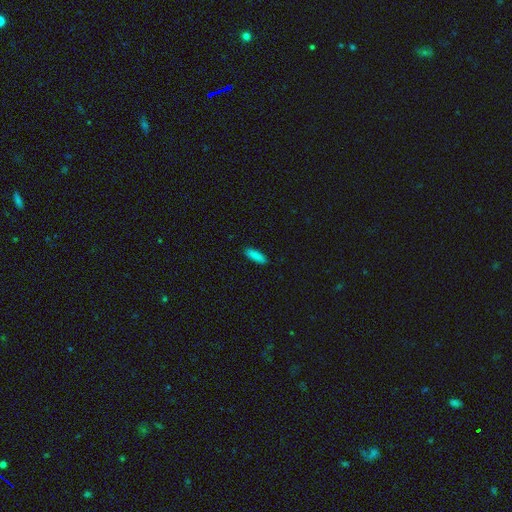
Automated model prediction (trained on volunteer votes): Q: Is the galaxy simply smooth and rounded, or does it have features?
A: smooth — 88%.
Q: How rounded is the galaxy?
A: cigar-shaped — 54%.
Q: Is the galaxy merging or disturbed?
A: none — 89%.